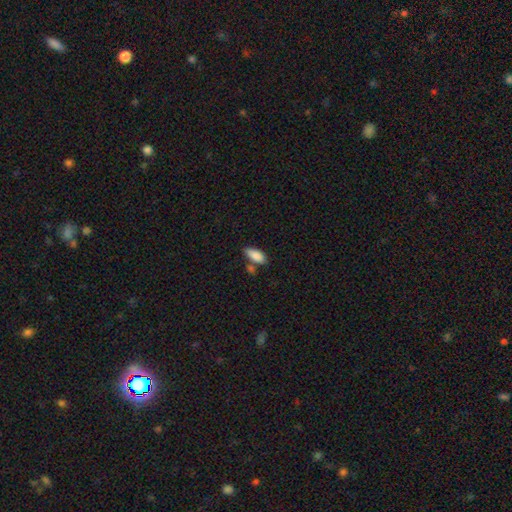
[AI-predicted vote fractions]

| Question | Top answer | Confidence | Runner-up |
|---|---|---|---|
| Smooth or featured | smooth | 87% | star or artifact (7%) |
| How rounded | in between | 84% | cigar-shaped (13%) |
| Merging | none | 61% | merger (18%) |